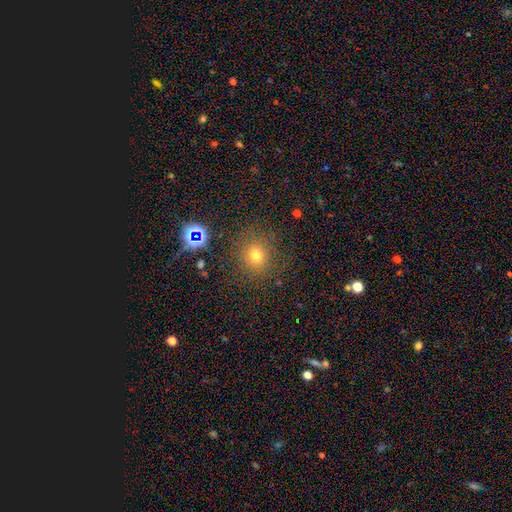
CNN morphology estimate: Smooth or featured: smooth — 69% (star or artifact — 22%)
How rounded: round — 87% (in between — 12%)
Merging: none — 84% (minor disturbance — 9%)